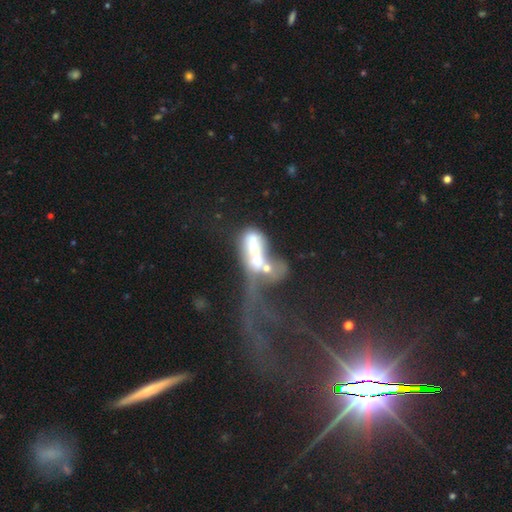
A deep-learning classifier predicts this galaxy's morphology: The model was most divided on "smooth or featured": featured or disk: 53%, smooth: 35%, star or artifact: 12%. More confident: edge-on disk — no (89%); merging — merger (63%).